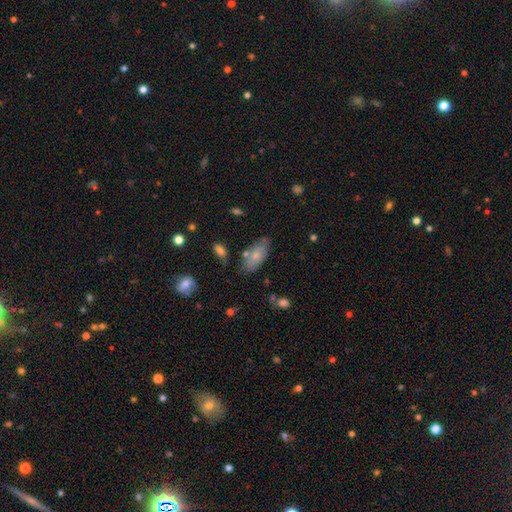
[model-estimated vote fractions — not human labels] A smooth galaxy with no disk features (70%) that is in between round and cigar-shaped (92%). Merging: none (65%).